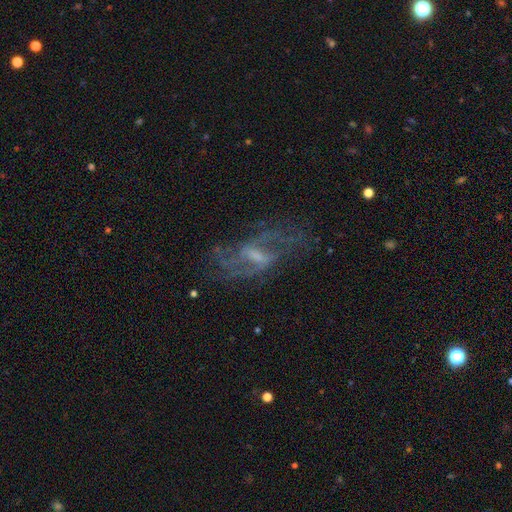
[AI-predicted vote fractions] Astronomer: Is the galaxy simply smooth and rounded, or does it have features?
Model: featured or disk — 78%.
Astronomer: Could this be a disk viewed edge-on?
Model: no — 92%.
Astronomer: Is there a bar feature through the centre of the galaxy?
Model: weak — 53%.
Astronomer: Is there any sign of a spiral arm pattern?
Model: yes — 83%.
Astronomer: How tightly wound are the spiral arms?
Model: loose — 43% (runner-up: medium, 41%).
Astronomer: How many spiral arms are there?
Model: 2 — 46% (runner-up: can't tell, 30%).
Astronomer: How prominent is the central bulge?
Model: small — 38% (runner-up: moderate, 34%).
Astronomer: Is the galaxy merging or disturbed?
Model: none — 58%.